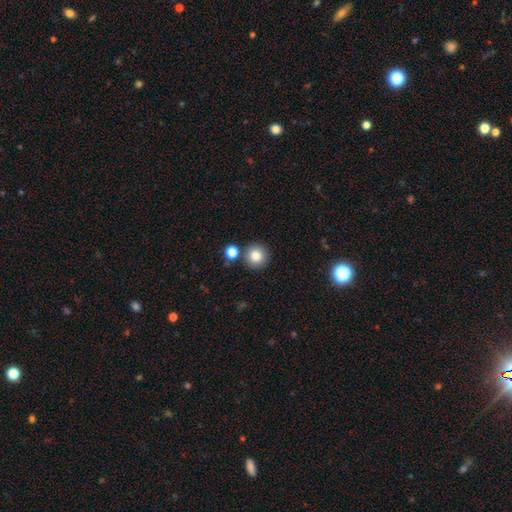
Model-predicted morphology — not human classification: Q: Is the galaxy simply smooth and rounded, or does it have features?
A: smooth — 83%.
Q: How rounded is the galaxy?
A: round — 94%.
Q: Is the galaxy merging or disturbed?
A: none — 83%.